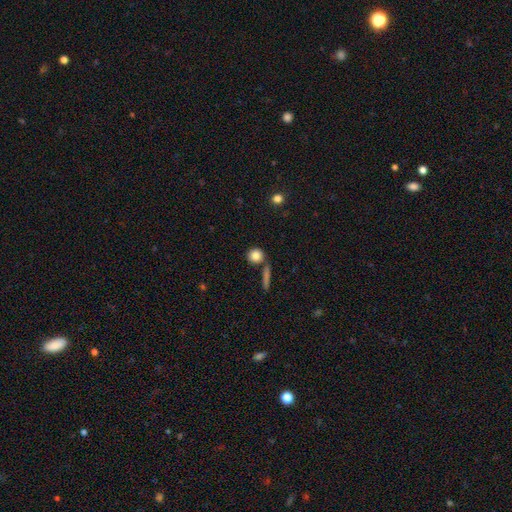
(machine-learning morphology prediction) Smooth or featured: smooth — 83% (star or artifact — 9%)
How rounded: round — 87% (in between — 10%)
Merging: none — 73% (merger — 14%)